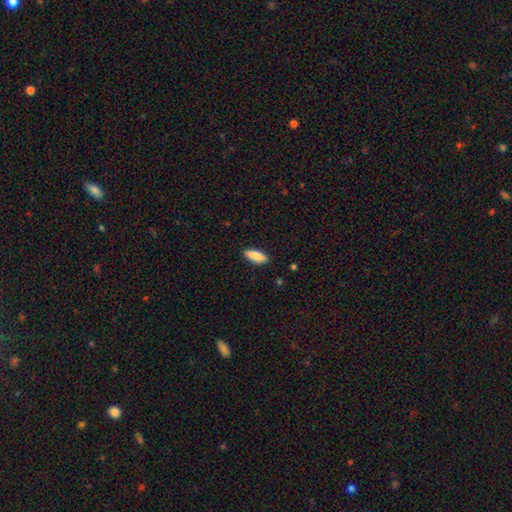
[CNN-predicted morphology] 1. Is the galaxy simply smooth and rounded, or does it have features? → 86% smooth, 8% featured or disk, 6% star or artifact.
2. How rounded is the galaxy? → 73% in between, 25% cigar-shaped, 2% round.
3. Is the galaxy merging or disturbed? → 89% none, 8% minor disturbance, 2% major disturbance, 1% merger.